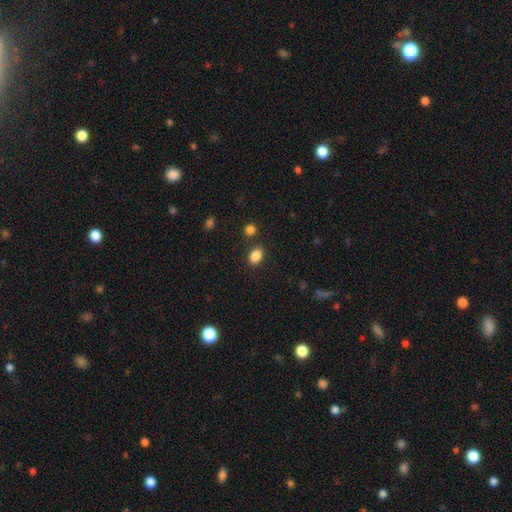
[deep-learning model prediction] Q: Smooth or featured?
A: smooth (86%); runner-up: star or artifact (10%)
Q: How rounded?
A: in between (75%); runner-up: round (24%)
Q: Merging?
A: none (81%); runner-up: minor disturbance (10%)